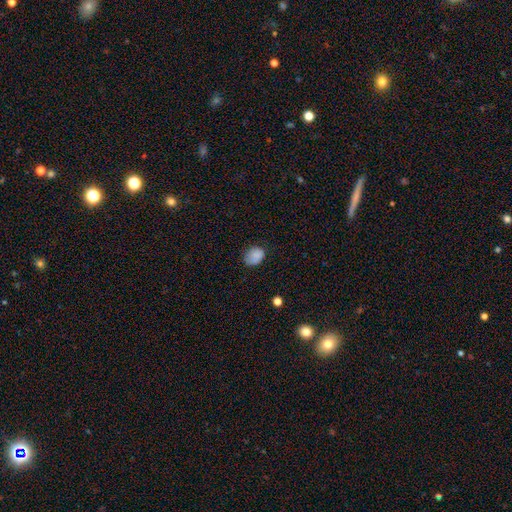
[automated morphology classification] smooth 84%, star or artifact 9%, featured or disk 6%. Down the decision tree: how rounded — in between (57%); merging — none (68%).